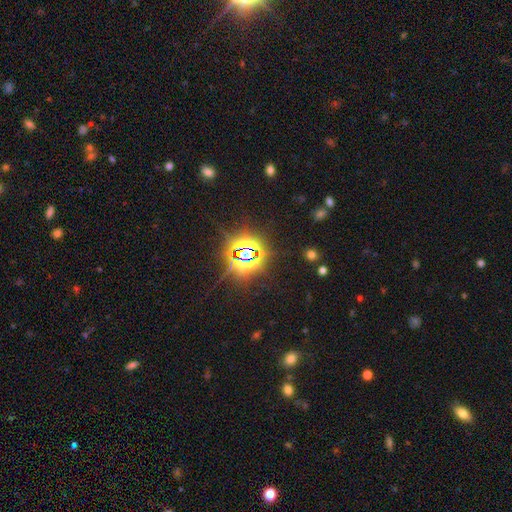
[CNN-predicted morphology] Smooth or featured?
  - star or artifact: 83% *
  - smooth: 10%
  - featured or disk: 8%